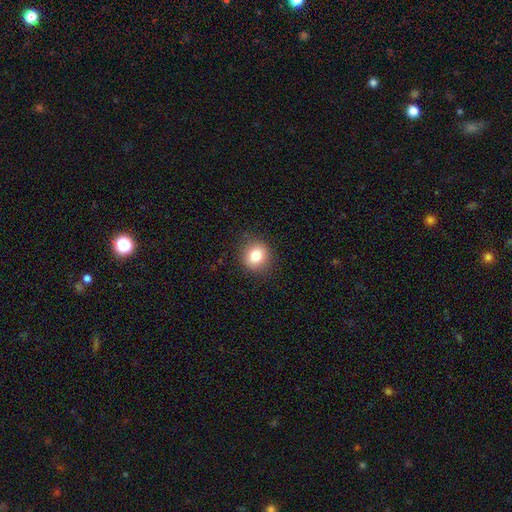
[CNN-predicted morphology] This appears to be a smooth galaxy with no disk features (83%) that is round (81%). Merging: none (87%).